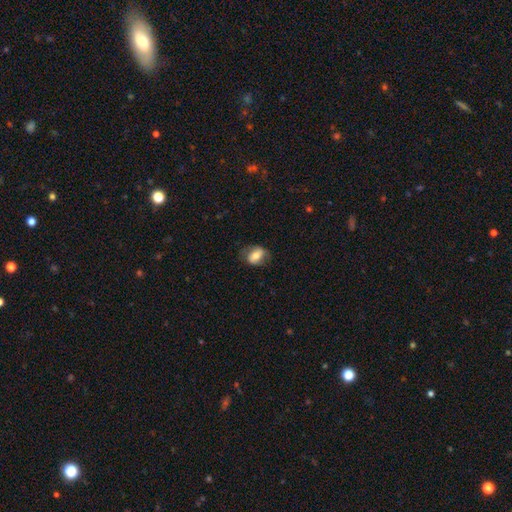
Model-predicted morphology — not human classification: The model was most divided on "smooth or featured": smooth: 64%, featured or disk: 28%, star or artifact: 8%. More confident: how rounded — in between (74%); merging — none (71%).